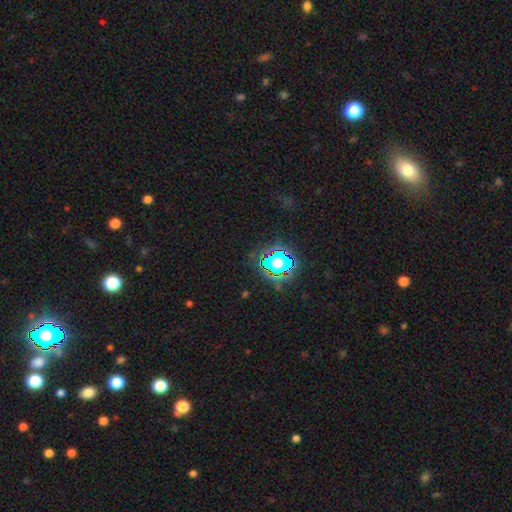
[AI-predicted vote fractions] Smooth or featured? star or artifact (79%)